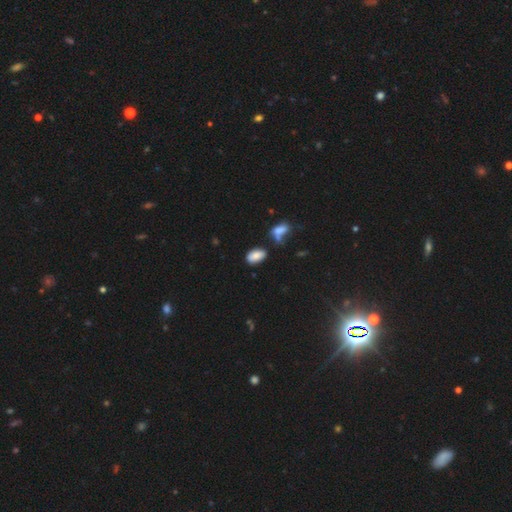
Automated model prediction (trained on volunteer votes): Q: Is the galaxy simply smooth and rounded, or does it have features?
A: smooth — 84%.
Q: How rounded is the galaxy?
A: in between — 93%.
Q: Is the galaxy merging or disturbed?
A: none — 71%.